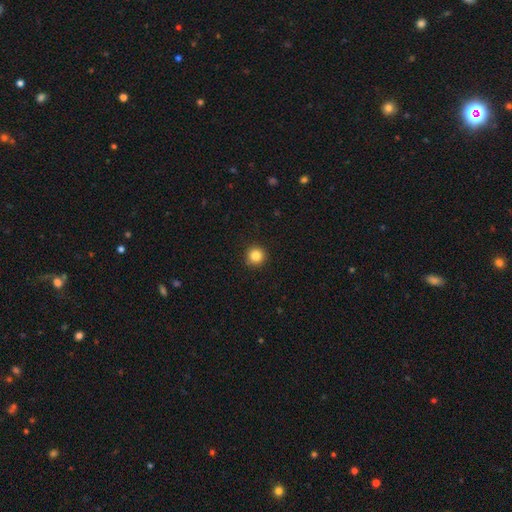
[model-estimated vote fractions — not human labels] Smooth or featured: smooth — 85% (star or artifact — 11%)
How rounded: round — 95% (in between — 4%)
Merging: none — 93% (minor disturbance — 5%)